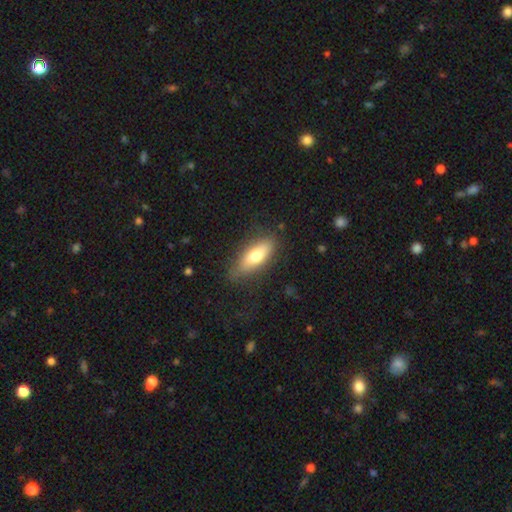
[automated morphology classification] smooth 70%, featured or disk 24%, star or artifact 6%. Down the decision tree: how rounded — in between (67%); merging — none (78%).